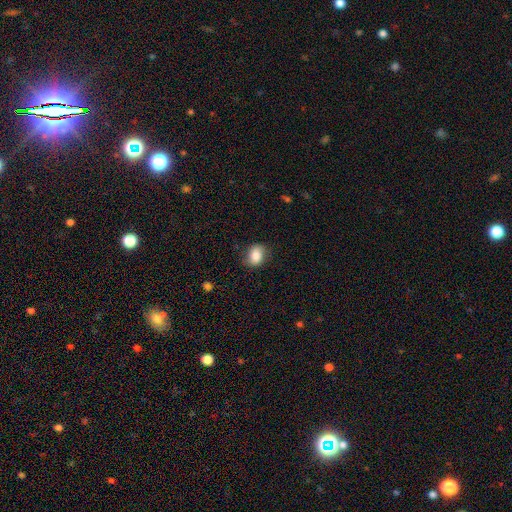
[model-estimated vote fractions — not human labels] smooth_or_featured: smooth (p=0.80) [alt: featured or disk p=0.11]
how_rounded: in between (p=0.61) [alt: round p=0.38]
merging: none (p=0.76) [alt: minor disturbance p=0.18]